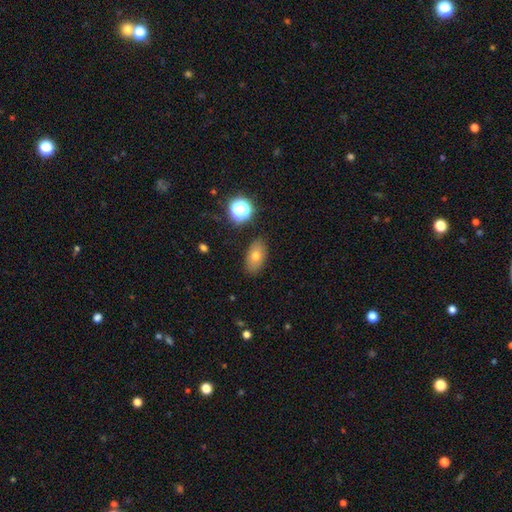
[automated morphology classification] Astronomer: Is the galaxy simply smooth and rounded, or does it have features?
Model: smooth — 71%.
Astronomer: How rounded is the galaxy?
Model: in between — 87%.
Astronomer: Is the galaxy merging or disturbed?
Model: none — 84%.